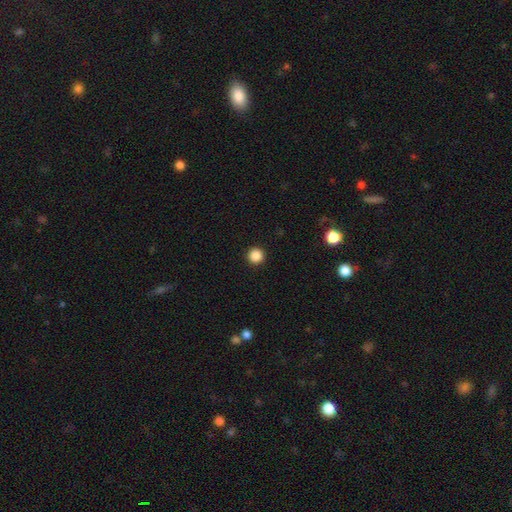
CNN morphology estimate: The model was most divided on "smooth or featured": smooth: 87%, star or artifact: 11%, featured or disk: 3%. More confident: how rounded — round (96%); merging — none (93%).